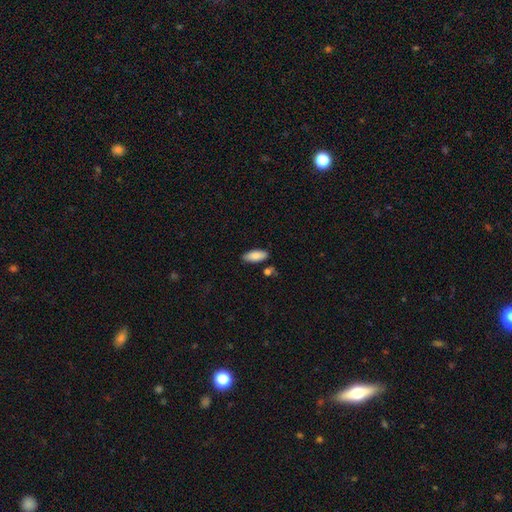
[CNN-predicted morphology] Q: Smooth or featured?
A: smooth (87%); runner-up: featured or disk (7%)
Q: How rounded?
A: in between (84%); runner-up: cigar-shaped (14%)
Q: Merging?
A: none (83%); runner-up: minor disturbance (11%)